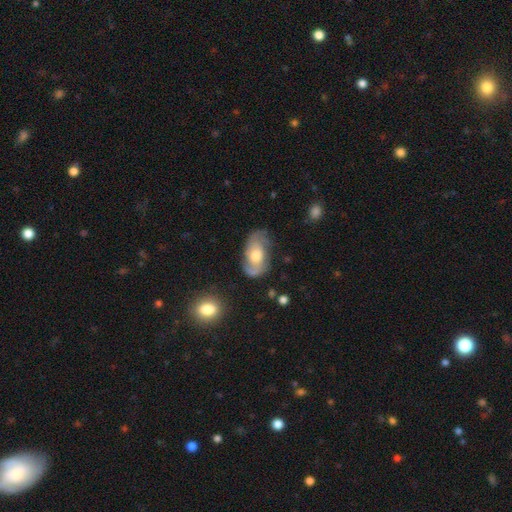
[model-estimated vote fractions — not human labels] featured or disk 70%, smooth 23%, star or artifact 7%. Down the decision tree: edge-on disk — no (95%); bar — no (66%); spiral arms — yes (90%); spiral arm count — 2 (76%); spiral winding — medium (45%); bulge size — moderate (66%); merging — none (64%).